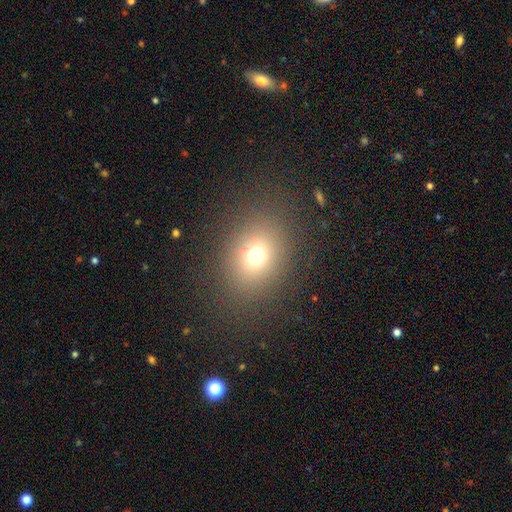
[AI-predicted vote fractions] A smooth galaxy with no disk features (69%) that is round (56%).

Vote fractions:
- Smooth or featured? smooth: 69% / star or artifact: 20% / featured or disk: 11%
- How rounded? round: 56% / in between: 42% / cigar-shaped: 1%
- Merging? none: 83% / minor disturbance: 9% / major disturbance: 7% / merger: 2%